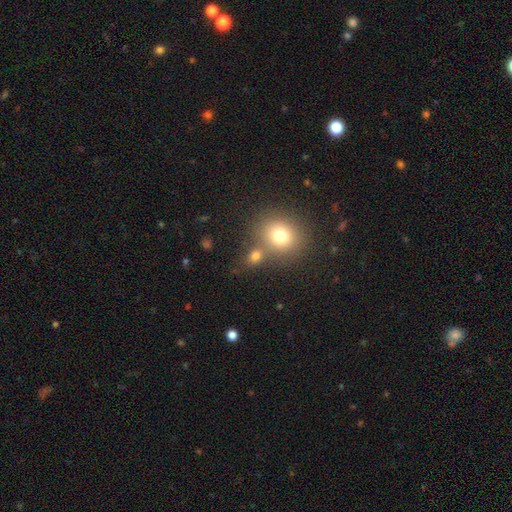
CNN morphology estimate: Smooth or featured? smooth (75%)
How rounded? round (63%)
Merging? none (57%)